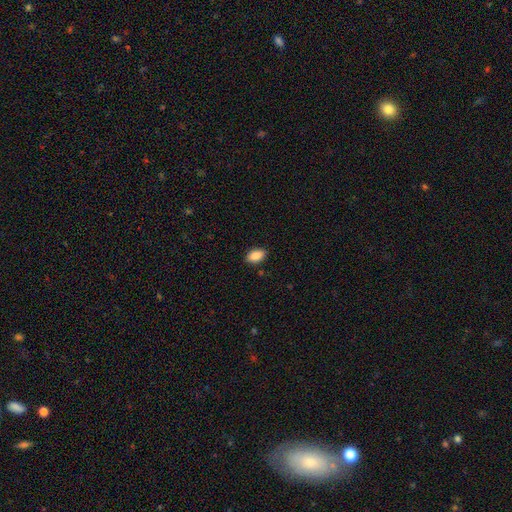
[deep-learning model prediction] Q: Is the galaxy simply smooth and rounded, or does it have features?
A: smooth — 88%.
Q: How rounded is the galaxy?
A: in between — 91%.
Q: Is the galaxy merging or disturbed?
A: none — 87%.